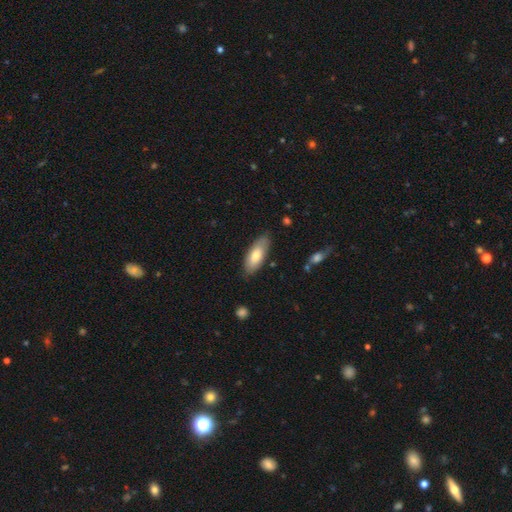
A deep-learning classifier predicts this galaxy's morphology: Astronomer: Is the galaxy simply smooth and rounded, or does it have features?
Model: smooth — 75%.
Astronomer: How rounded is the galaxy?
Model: in between — 79%.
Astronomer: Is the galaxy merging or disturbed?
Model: none — 80%.